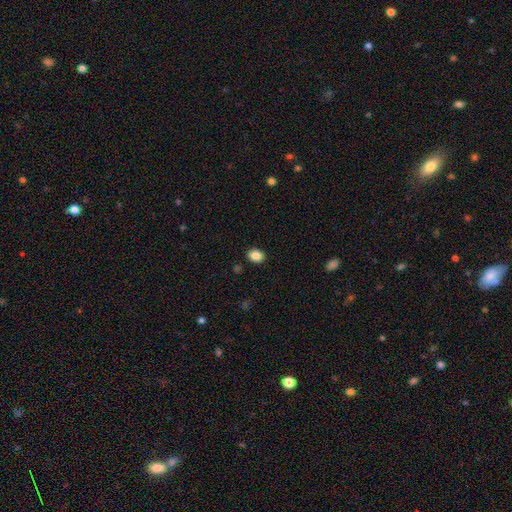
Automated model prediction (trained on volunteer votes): This appears to be a smooth galaxy with no disk features (87%) that is in between round and cigar-shaped (55%). Merging: none (90%).